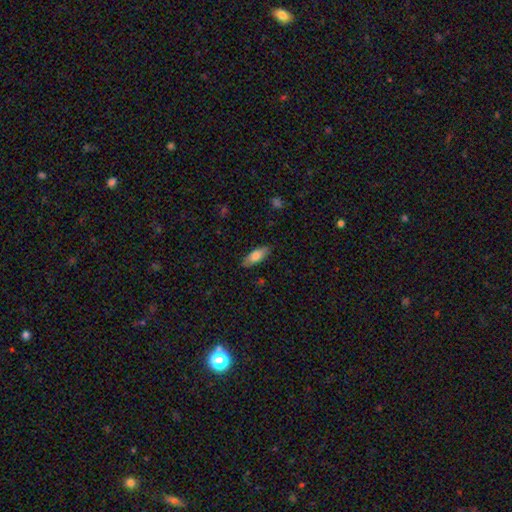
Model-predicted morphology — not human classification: The model was most divided on "how rounded": in between: 70%, cigar-shaped: 28%, round: 2%. More confident: merging — none (85%); smooth or featured — smooth (80%).